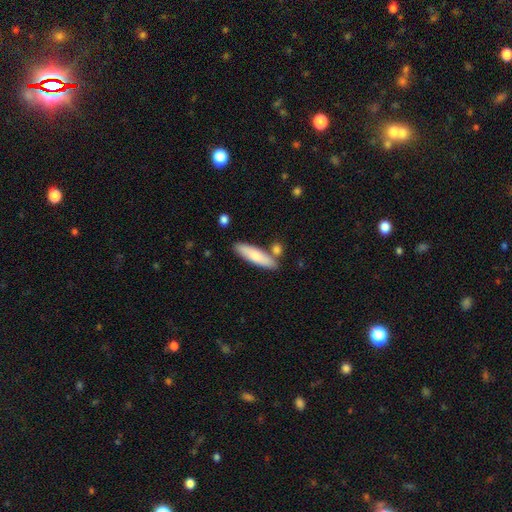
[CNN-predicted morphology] smooth_or_featured: smooth (p=0.76) [alt: featured or disk p=0.19]
how_rounded: cigar-shaped (p=0.68) [alt: in between p=0.31]
merging: none (p=0.76) [alt: minor disturbance p=0.12]